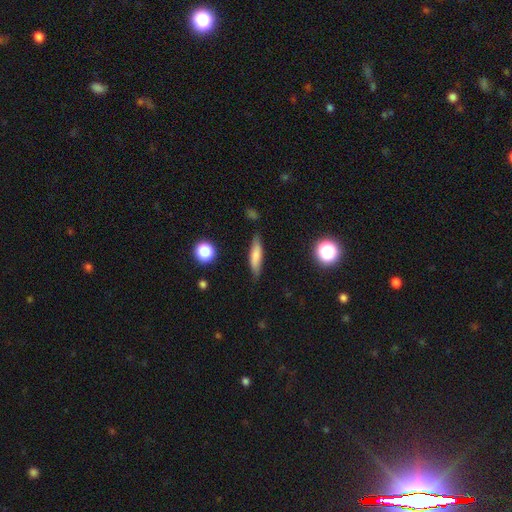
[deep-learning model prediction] Morphology: type=smooth (69%); roundness=cigar-shaped (74%); merging=none (81%).